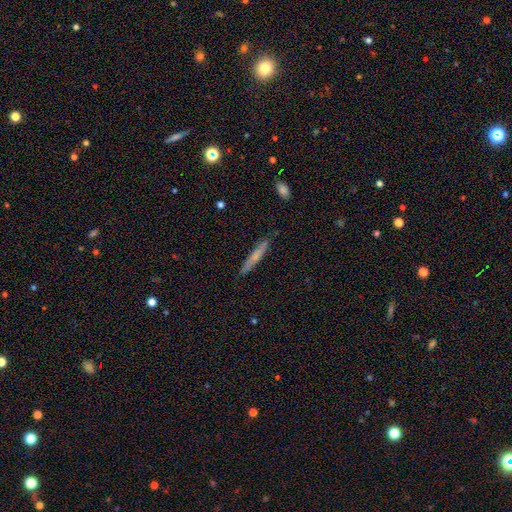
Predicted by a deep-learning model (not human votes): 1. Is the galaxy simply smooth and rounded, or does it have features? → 61% smooth, 32% featured or disk, 7% star or artifact.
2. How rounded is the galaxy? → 94% cigar-shaped, 5% in between, 2% round.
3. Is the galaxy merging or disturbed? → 87% none, 10% minor disturbance, 2% major disturbance, 1% merger.